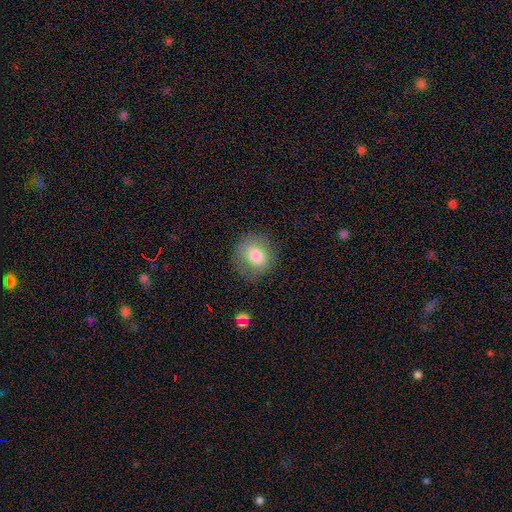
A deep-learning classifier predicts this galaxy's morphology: Q: Smooth or featured?
A: smooth (74%); runner-up: featured or disk (17%)
Q: How rounded?
A: round (78%); runner-up: in between (21%)
Q: Merging?
A: none (80%); runner-up: minor disturbance (13%)